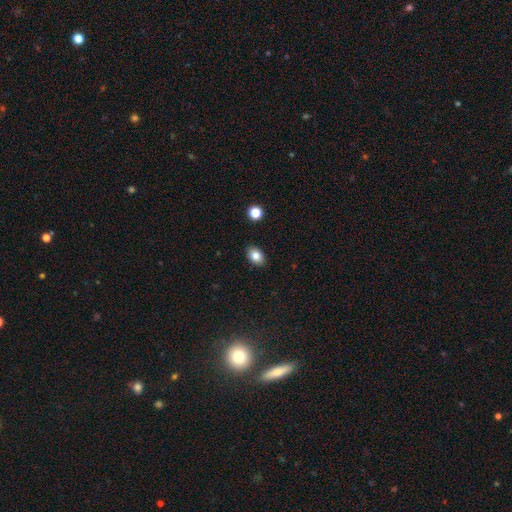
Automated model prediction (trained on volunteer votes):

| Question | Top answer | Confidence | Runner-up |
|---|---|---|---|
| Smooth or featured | smooth | 83% | star or artifact (9%) |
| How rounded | in between | 79% | round (20%) |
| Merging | none | 89% | minor disturbance (8%) |